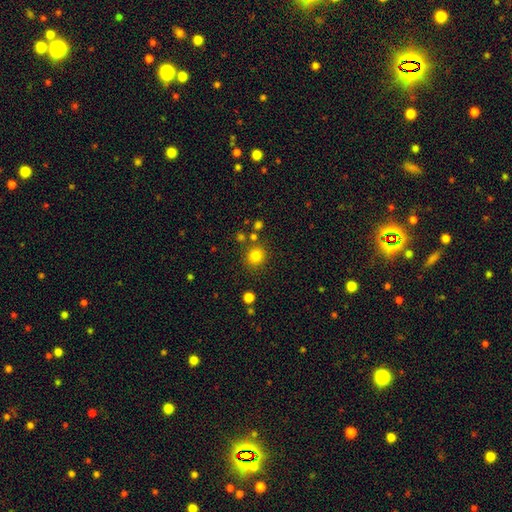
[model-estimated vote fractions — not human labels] smooth 82%, star or artifact 13%, featured or disk 5%. Down the decision tree: how rounded — round (89%); merging — none (83%).